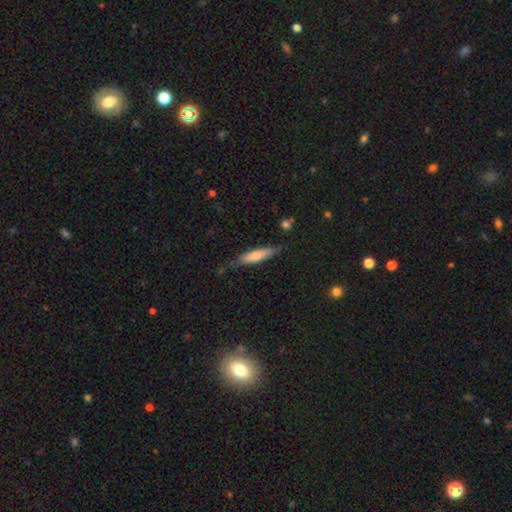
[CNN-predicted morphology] type=smooth (65%); roundness=cigar-shaped (75%); merging=none (68%).